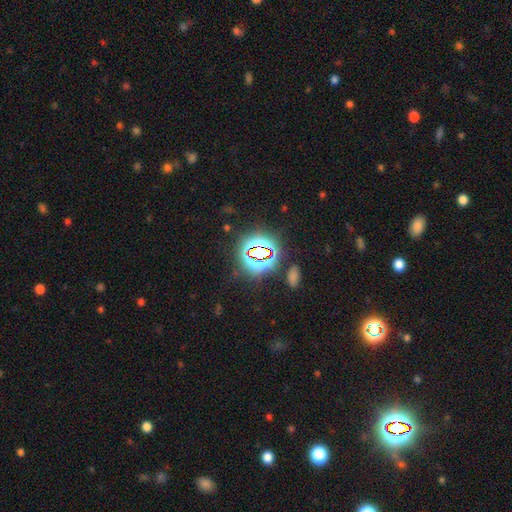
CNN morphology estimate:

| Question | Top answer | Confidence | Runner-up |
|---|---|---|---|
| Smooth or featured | star or artifact | 77% | smooth (15%) |